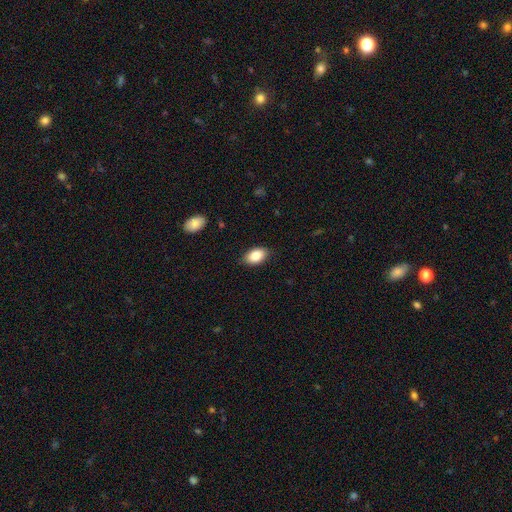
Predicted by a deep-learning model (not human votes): Smooth or featured? Predicted: smooth (p=0.85). How rounded? Predicted: in between (p=0.90). Merging? Predicted: none (p=0.86).